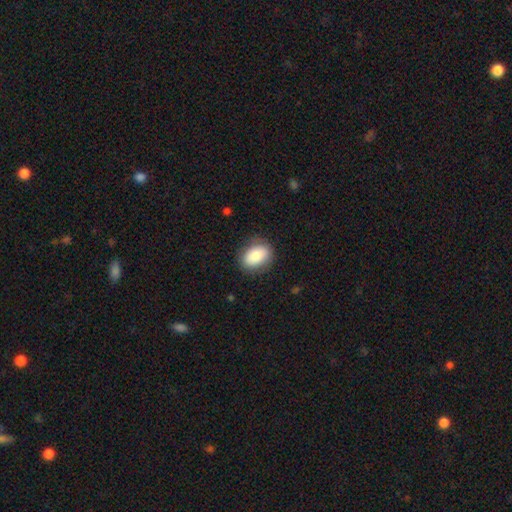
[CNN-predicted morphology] smooth 85%, featured or disk 8%, star or artifact 7%. Down the decision tree: how rounded — in between (79%); merging — none (83%).